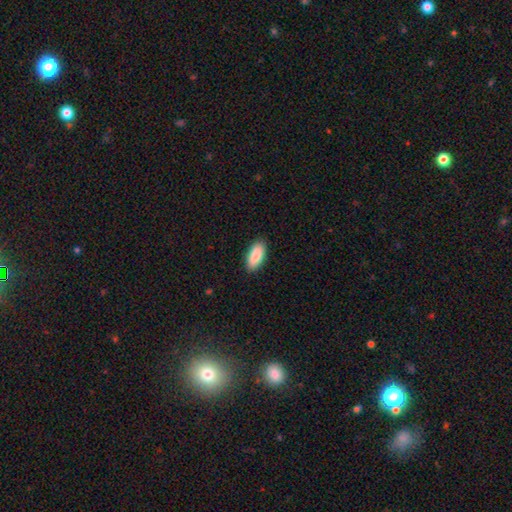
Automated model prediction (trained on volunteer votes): Morphology: type=smooth (89%); roundness=in between (88%); merging=none (89%).